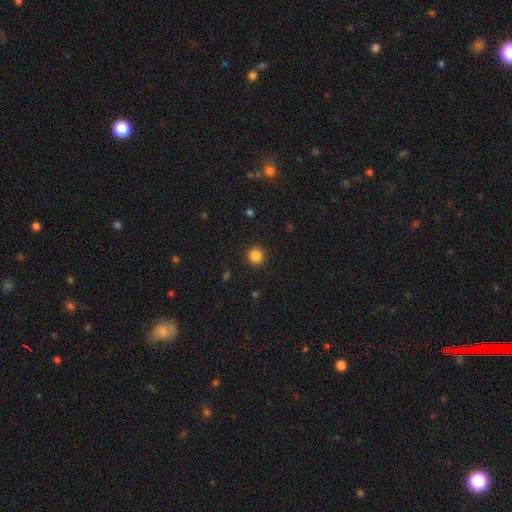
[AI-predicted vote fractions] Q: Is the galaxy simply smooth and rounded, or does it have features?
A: smooth — 86%.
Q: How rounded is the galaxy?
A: round — 94%.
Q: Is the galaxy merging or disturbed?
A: none — 92%.